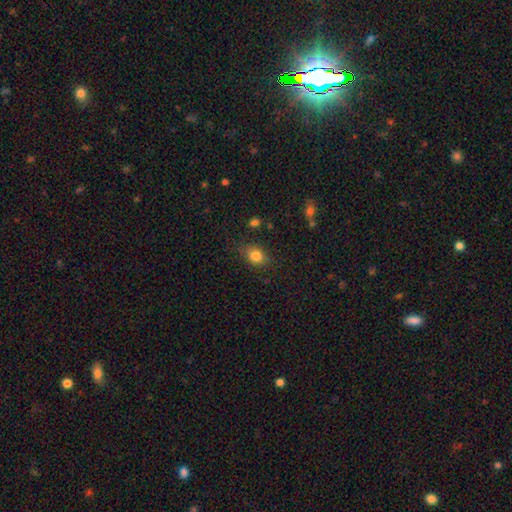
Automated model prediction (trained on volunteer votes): Smooth or featured? Predicted: smooth (p=0.82). How rounded? Predicted: in between (p=0.62). Merging? Predicted: none (p=0.77).